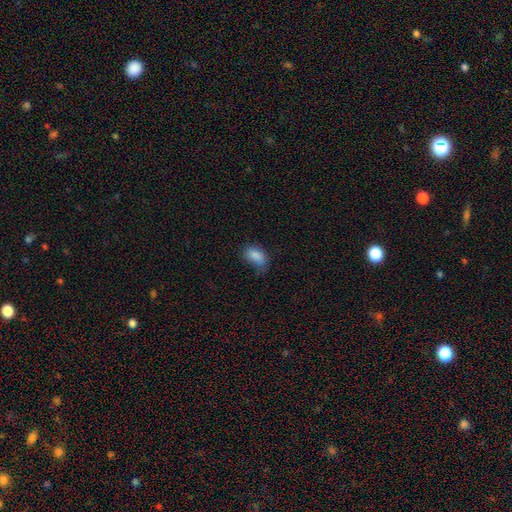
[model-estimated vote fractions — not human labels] This is clearly a smooth galaxy (86%). How rounded: clearly in between (89%). Merging: possibly none (54%).